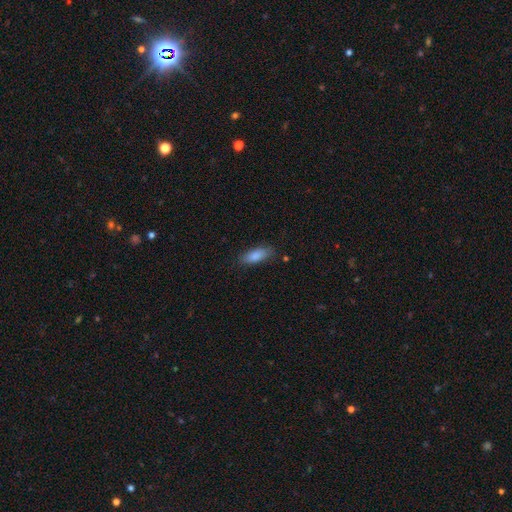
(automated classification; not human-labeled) smooth-or-featured: smooth: 86% | featured or disk: 8% | star or artifact: 6%
  how-rounded: in between: 73% | cigar-shaped: 25% | round: 2%
  merging: none: 82% | minor disturbance: 14% | major disturbance: 3% | merger: 2%